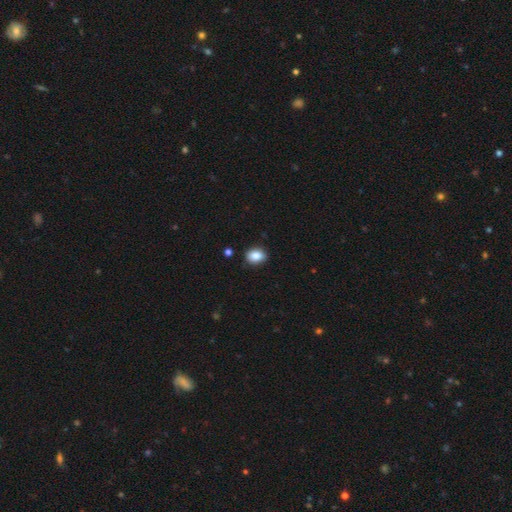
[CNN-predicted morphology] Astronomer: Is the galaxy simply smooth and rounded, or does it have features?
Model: smooth — 86%.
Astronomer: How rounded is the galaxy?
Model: in between — 66%.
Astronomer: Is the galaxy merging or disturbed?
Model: none — 86%.